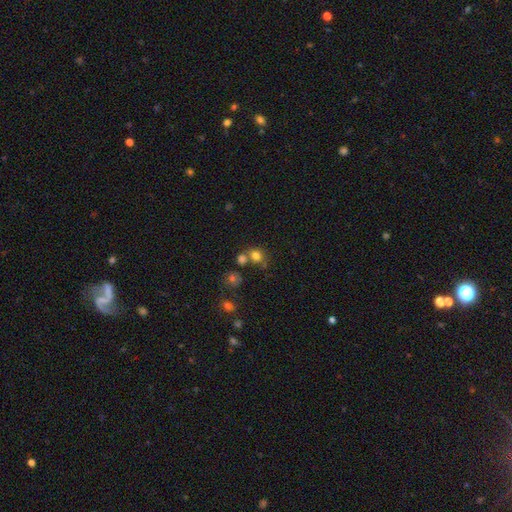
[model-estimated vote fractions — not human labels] Overall: smooth (76%). How rounded: round (82%). Merging: none (60%; merger 26%).